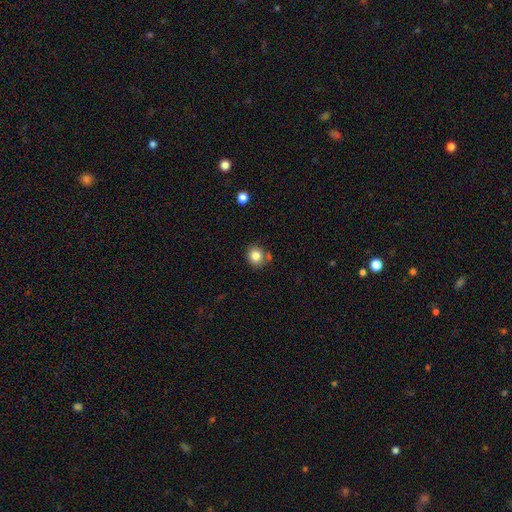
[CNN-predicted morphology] Smooth or featured? Predicted: smooth (p=0.81). How rounded? Predicted: round (p=0.84). Merging? Predicted: none (p=0.76).